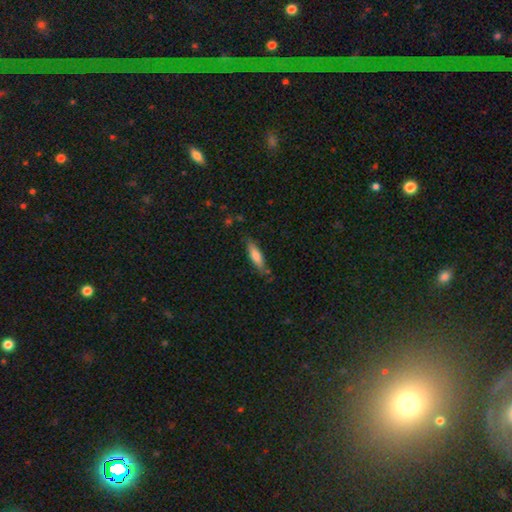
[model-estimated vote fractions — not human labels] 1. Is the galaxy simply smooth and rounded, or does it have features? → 72% smooth, 23% featured or disk, 6% star or artifact.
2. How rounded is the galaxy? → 64% cigar-shaped, 34% in between, 2% round.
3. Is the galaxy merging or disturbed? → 75% none, 18% minor disturbance, 4% major disturbance, 3% merger.